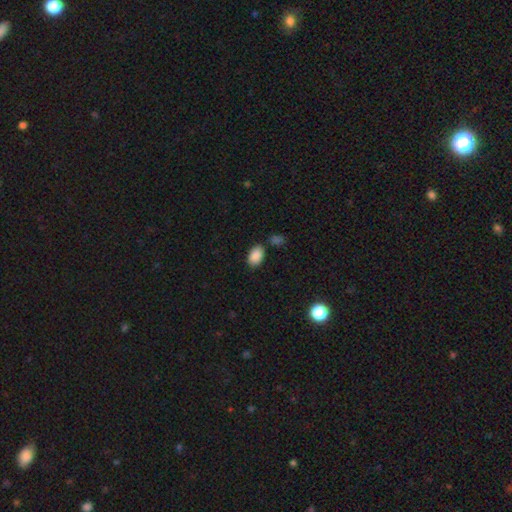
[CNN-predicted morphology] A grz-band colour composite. It shows a smooth galaxy with no disk features (88%) that is in between round and cigar-shaped (90%). Merging: none (75%).